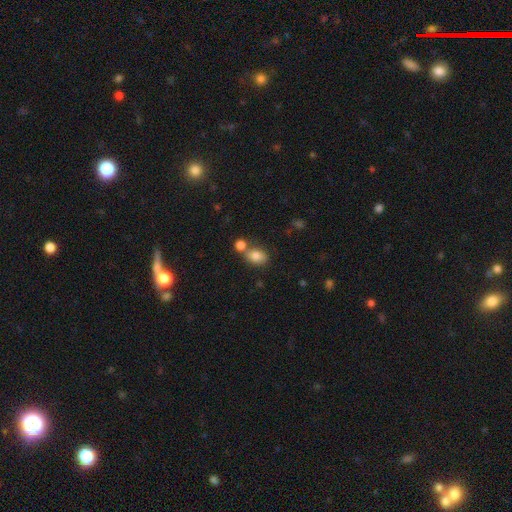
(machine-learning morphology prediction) type=smooth (81%); roundness=in between (70%); merging=none (53%).